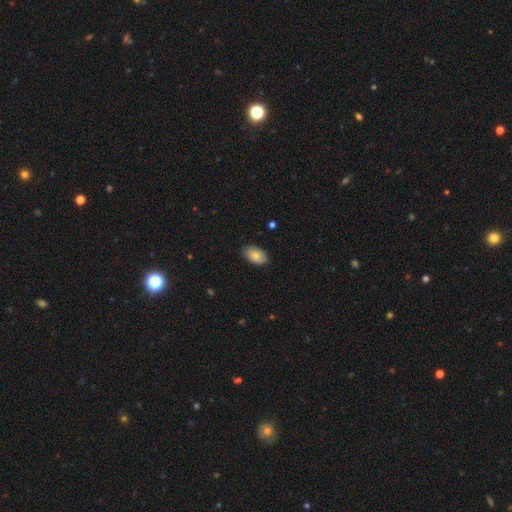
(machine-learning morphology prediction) Q: Smooth or featured?
A: smooth (82%); runner-up: featured or disk (11%)
Q: How rounded?
A: in between (93%); runner-up: round (5%)
Q: Merging?
A: none (85%); runner-up: minor disturbance (12%)